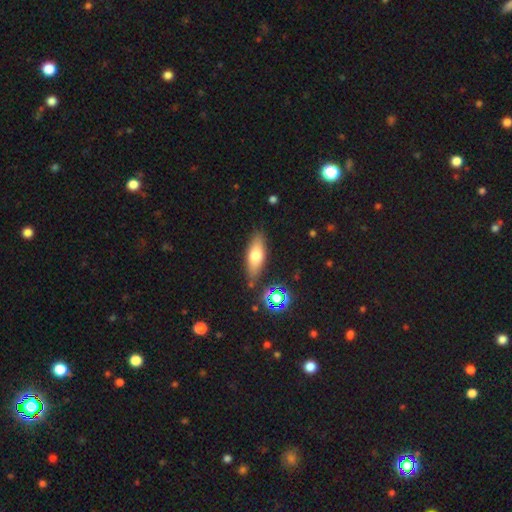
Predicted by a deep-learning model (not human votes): Smooth or featured? Predicted: smooth (p=0.67). How rounded? Predicted: in between (p=0.63). Merging? Predicted: none (p=0.82).